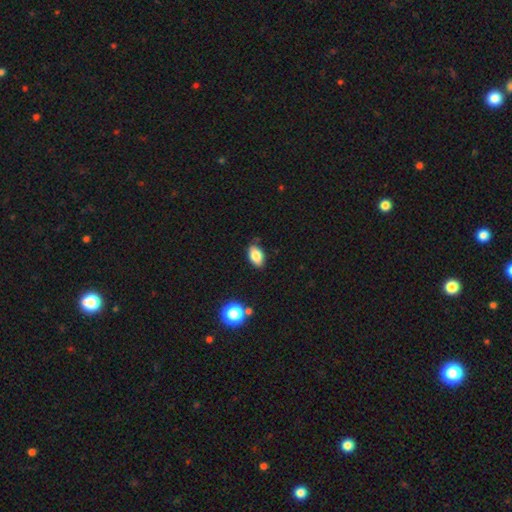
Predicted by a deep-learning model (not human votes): The model was most divided on "merging": none: 80%, minor disturbance: 15%, major disturbance: 2%, merger: 2%. More confident: how rounded — in between (90%); smooth or featured — smooth (83%).